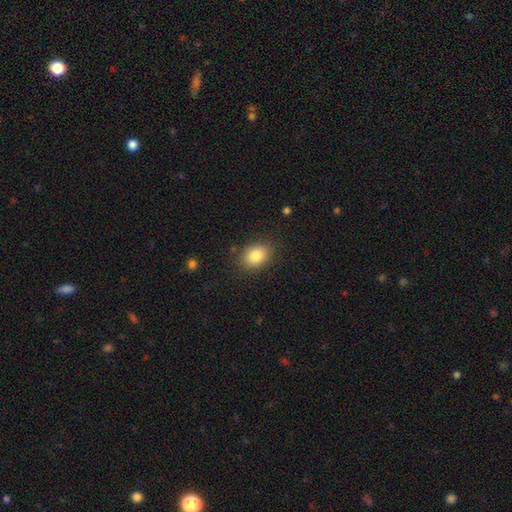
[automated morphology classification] A smooth galaxy with no disk features (85%) that is in between round and cigar-shaped (71%). Merging: none (84%).